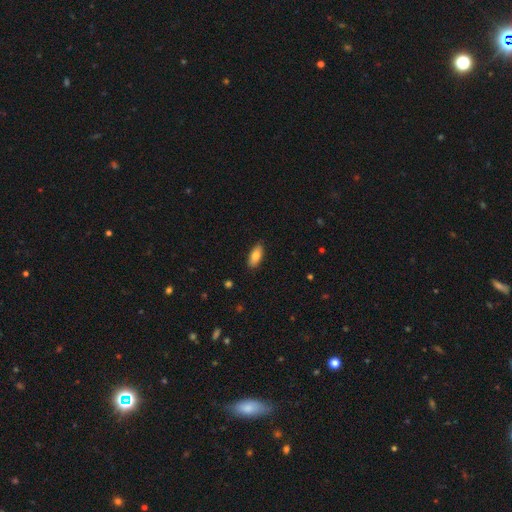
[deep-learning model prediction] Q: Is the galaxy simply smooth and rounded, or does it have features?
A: smooth — 82%.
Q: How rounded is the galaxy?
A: in between — 85%.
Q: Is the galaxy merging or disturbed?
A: none — 86%.